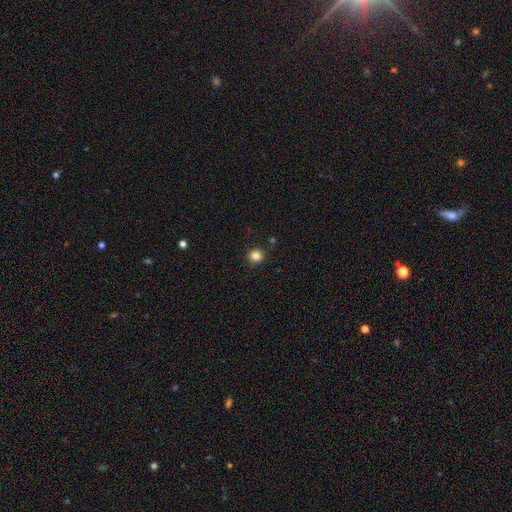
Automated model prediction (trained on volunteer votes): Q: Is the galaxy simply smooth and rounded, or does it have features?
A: smooth — 84%.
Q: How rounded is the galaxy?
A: round — 94%.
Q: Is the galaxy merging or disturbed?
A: none — 91%.